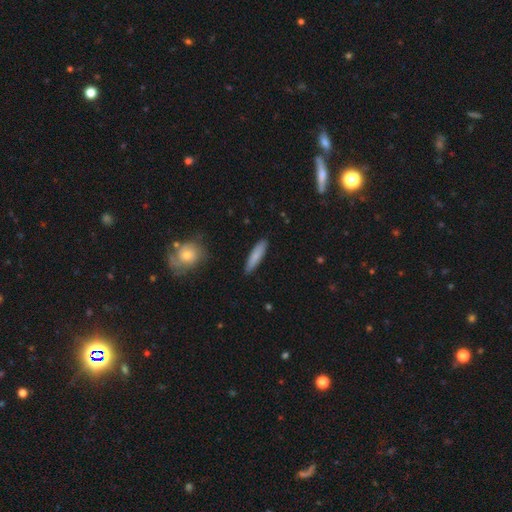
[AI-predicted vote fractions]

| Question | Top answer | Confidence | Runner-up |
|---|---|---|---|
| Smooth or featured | smooth | 80% | featured or disk (15%) |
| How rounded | cigar-shaped | 78% | in between (20%) |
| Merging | none | 88% | minor disturbance (9%) |